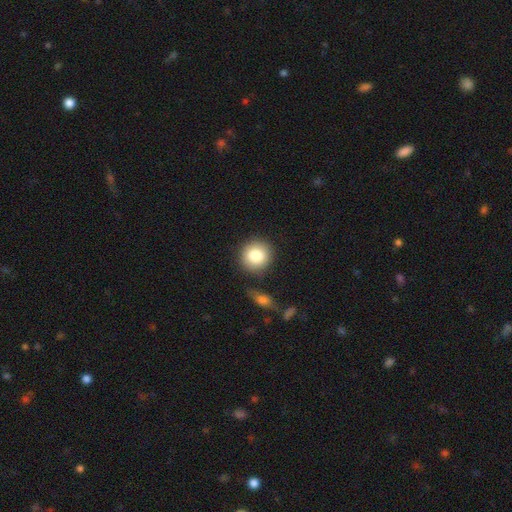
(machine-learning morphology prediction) A smooth galaxy with no disk features (82%) that is round (91%).

Vote fractions:
- Smooth or featured? smooth: 82% / featured or disk: 9% / star or artifact: 9%
- How rounded? round: 91% / in between: 8% / cigar-shaped: 1%
- Merging? none: 85% / minor disturbance: 9% / merger: 4% / major disturbance: 3%